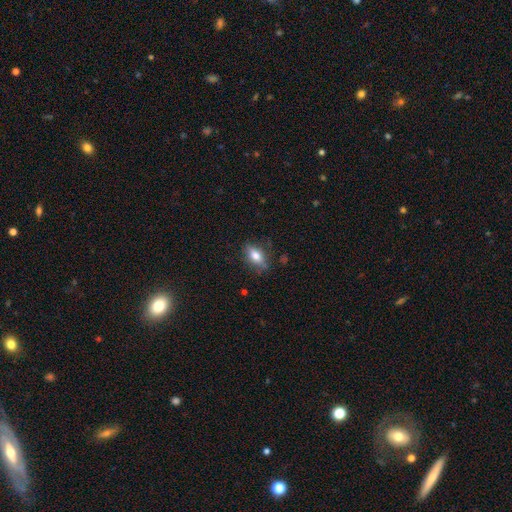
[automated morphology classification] The model was most divided on "merging": none: 76%, minor disturbance: 18%, major disturbance: 4%, merger: 2%. More confident: how rounded — in between (82%); smooth or featured — smooth (75%).